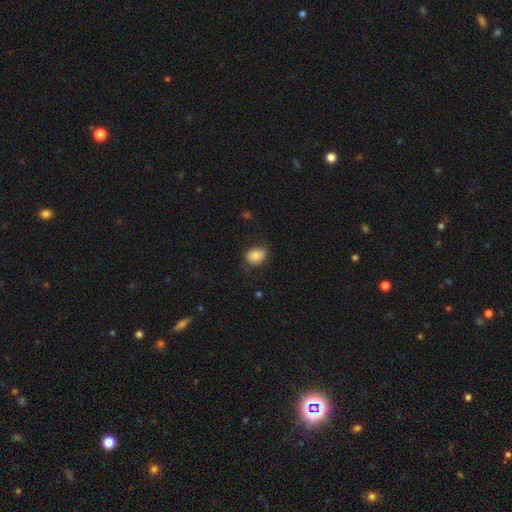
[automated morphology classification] smooth 83%, featured or disk 9%, star or artifact 8%. Down the decision tree: how rounded — in between (65%); merging — none (68%).